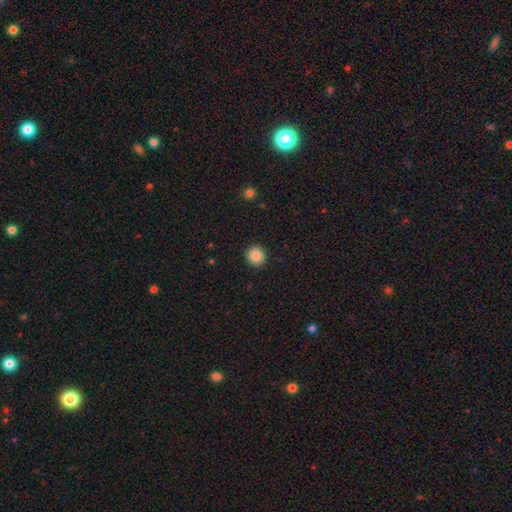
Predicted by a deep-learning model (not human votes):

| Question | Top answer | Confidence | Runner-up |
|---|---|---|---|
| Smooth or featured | smooth | 85% | star or artifact (10%) |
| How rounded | round | 93% | in between (6%) |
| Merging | none | 93% | minor disturbance (5%) |